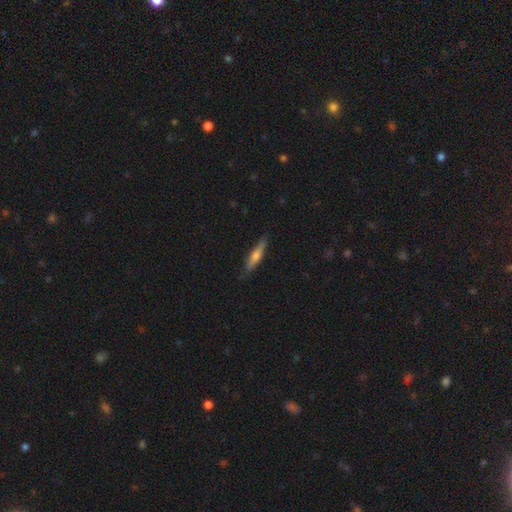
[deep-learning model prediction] Smooth or featured?
  - smooth: 53% *
  - featured or disk: 41%
  - star or artifact: 6%
How rounded?
  - cigar-shaped: 85% *
  - in between: 14%
  - round: 2%
Merging?
  - none: 85% *
  - minor disturbance: 12%
  - major disturbance: 2%
  - merger: 1%